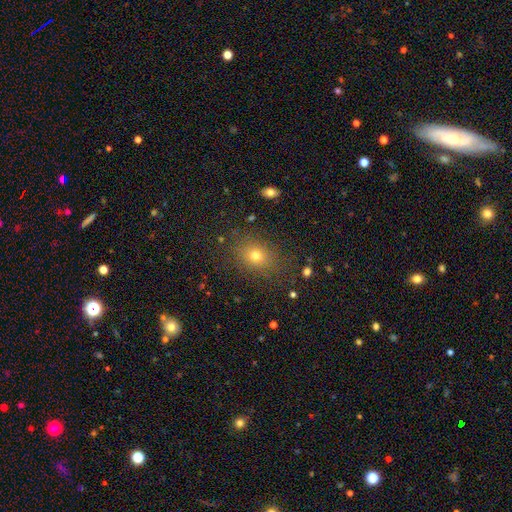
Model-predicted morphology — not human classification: smooth 72%, star or artifact 18%, featured or disk 10%. Down the decision tree: how rounded — round (54%); merging — none (83%).